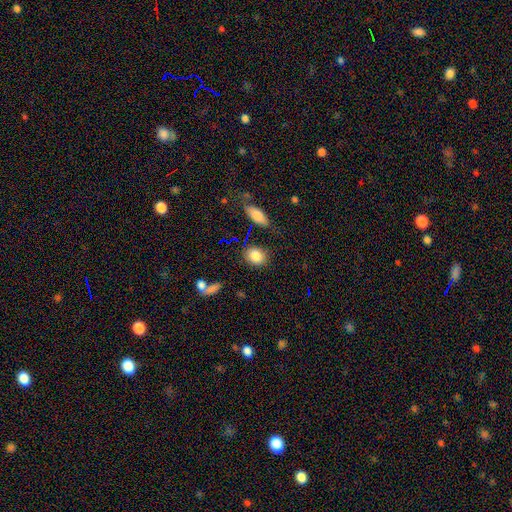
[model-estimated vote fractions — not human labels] A smooth galaxy with no disk features (84%) that is round (51%). Merging: none (80%).